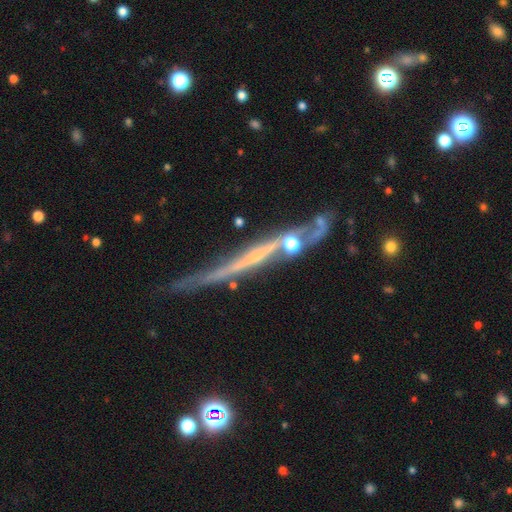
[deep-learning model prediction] smooth-or-featured: featured or disk: 75% | smooth: 15% | star or artifact: 9%
  disk-edge-on: yes: 90% | no: 10%
    edge-on-bulge: none: 71% | rounded: 21% | boxy: 9%
  merging: none: 49% | minor disturbance: 24% | merger: 14% | major disturbance: 13%